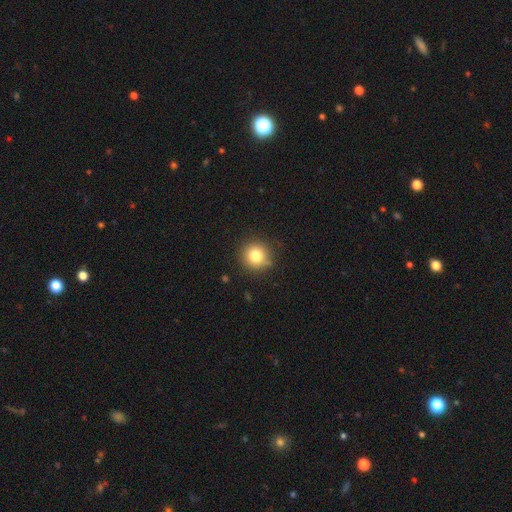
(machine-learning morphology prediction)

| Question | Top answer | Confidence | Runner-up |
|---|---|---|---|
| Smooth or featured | smooth | 80% | star or artifact (12%) |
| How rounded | round | 93% | in between (6%) |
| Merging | none | 86% | minor disturbance (10%) |